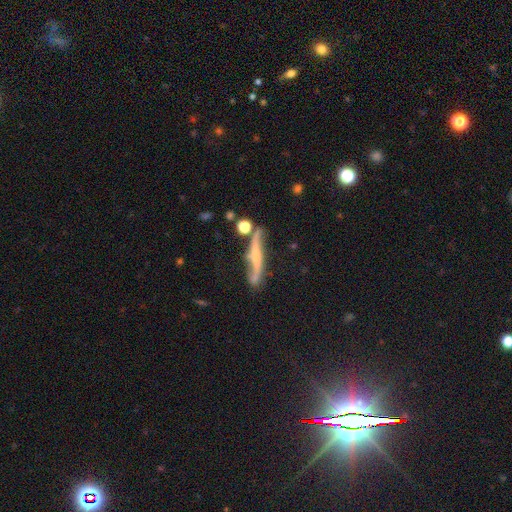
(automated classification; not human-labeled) Morphology: type=featured or disk (69%); edge-on=yes (66%); merging=none (59%).